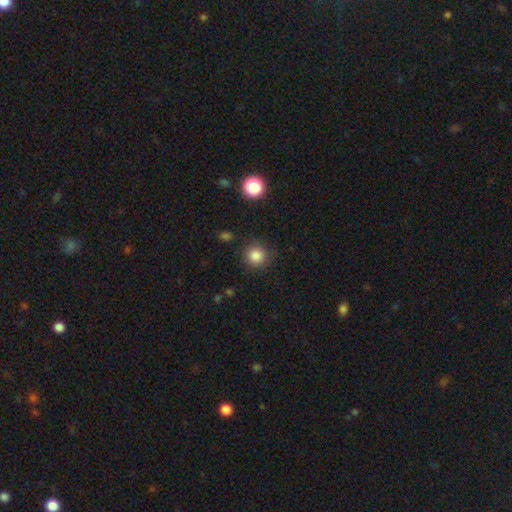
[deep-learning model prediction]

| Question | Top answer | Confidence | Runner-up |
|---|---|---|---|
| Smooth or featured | smooth | 84% | star or artifact (11%) |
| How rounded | round | 92% | in between (7%) |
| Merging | none | 87% | minor disturbance (8%) |